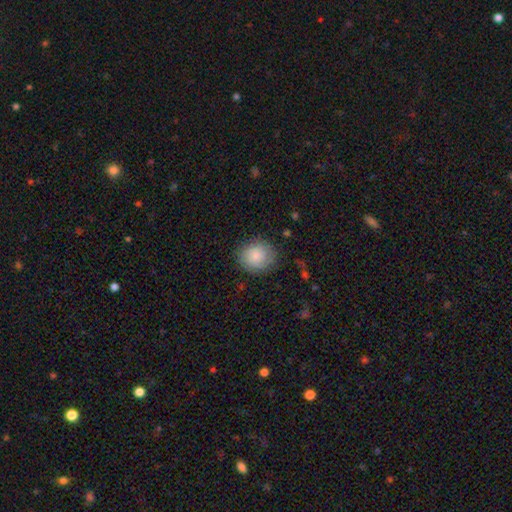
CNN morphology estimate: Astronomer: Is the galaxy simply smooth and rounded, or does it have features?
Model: smooth — 85%.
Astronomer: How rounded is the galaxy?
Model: round — 79%.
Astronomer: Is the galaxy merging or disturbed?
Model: none — 82%.